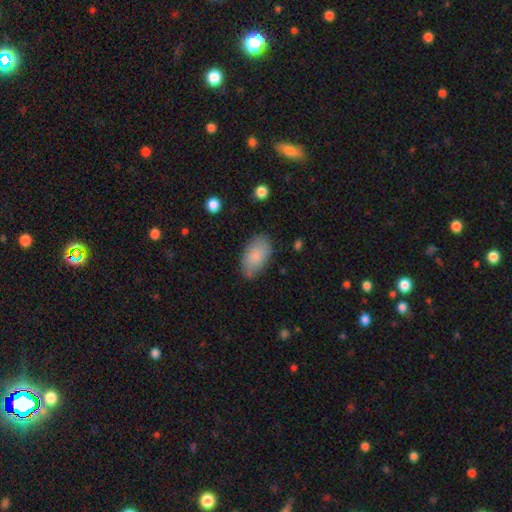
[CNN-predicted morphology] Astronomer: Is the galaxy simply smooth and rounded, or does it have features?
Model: smooth — 80%.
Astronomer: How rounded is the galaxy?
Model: in between — 93%.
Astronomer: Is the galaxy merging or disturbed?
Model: none — 74%.